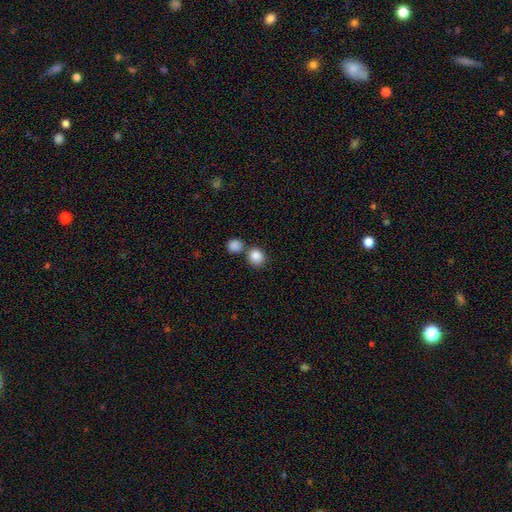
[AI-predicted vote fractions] Smooth or featured? smooth (86%)
How rounded? round (80%)
Merging? none (60%)